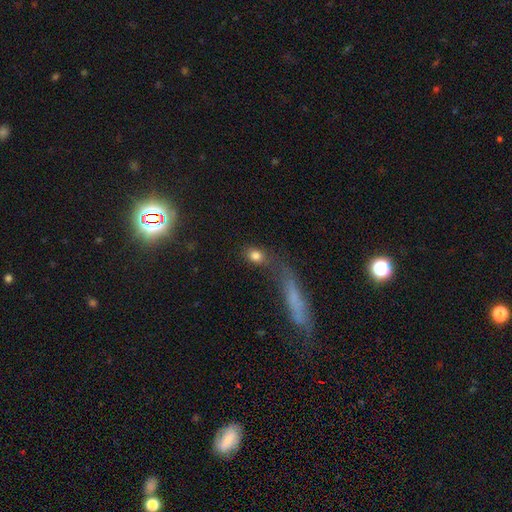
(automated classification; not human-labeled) This appears to be a smooth galaxy with no disk features (80%) that is in between round and cigar-shaped (53%). Merging: none (62%).